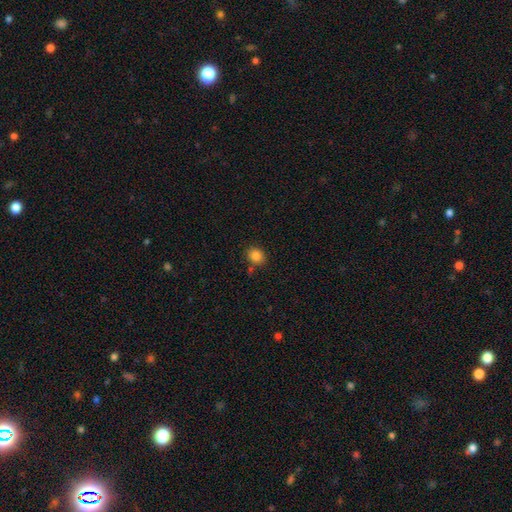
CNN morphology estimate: Smooth or featured? Predicted: smooth (p=0.84). How rounded? Predicted: round (p=0.68). Merging? Predicted: none (p=0.79).